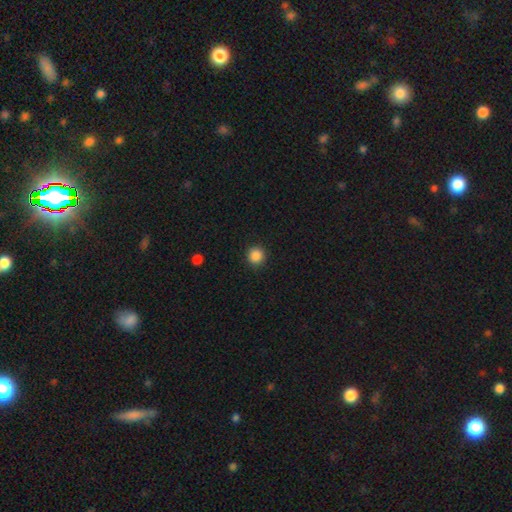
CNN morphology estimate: Q: Smooth or featured?
A: smooth (87%); runner-up: star or artifact (10%)
Q: How rounded?
A: round (94%); runner-up: in between (5%)
Q: Merging?
A: none (91%); runner-up: minor disturbance (6%)